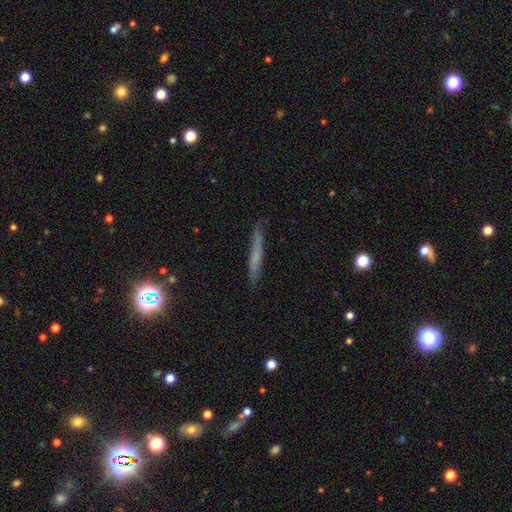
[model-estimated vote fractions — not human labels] Smooth or featured? Predicted: smooth (p=0.52). How rounded? Predicted: cigar-shaped (p=0.94). Merging? Predicted: none (p=0.86).